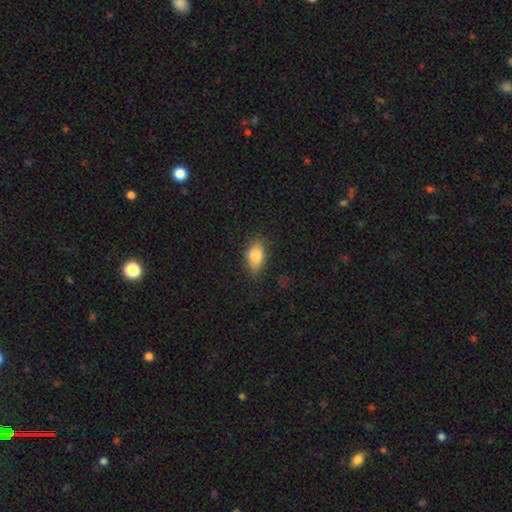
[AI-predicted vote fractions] smooth_or_featured: smooth (p=0.84) [alt: star or artifact p=0.08]
how_rounded: in between (p=0.88) [alt: round p=0.09]
merging: none (p=0.75) [alt: minor disturbance p=0.19]